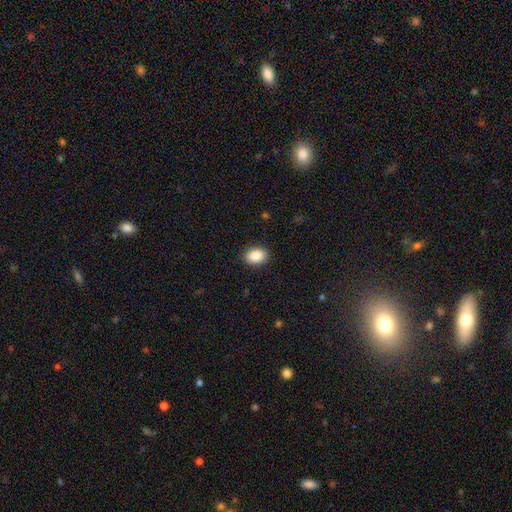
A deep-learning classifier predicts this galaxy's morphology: A smooth galaxy with no disk features (88%) that is in between round and cigar-shaped (76%). Merging: none (90%).